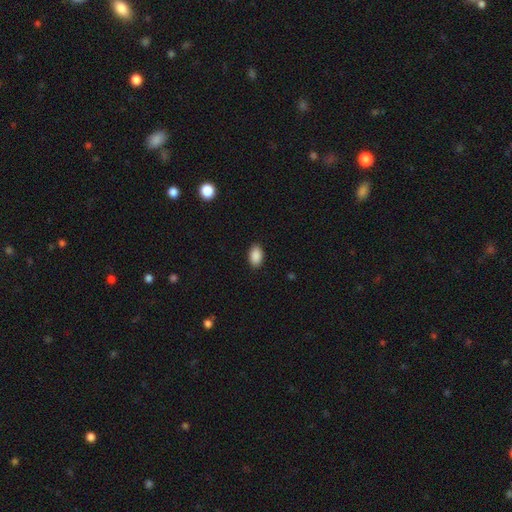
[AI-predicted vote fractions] Q: Smooth or featured?
A: smooth (90%); runner-up: star or artifact (8%)
Q: How rounded?
A: in between (92%); runner-up: round (7%)
Q: Merging?
A: none (90%); runner-up: minor disturbance (7%)